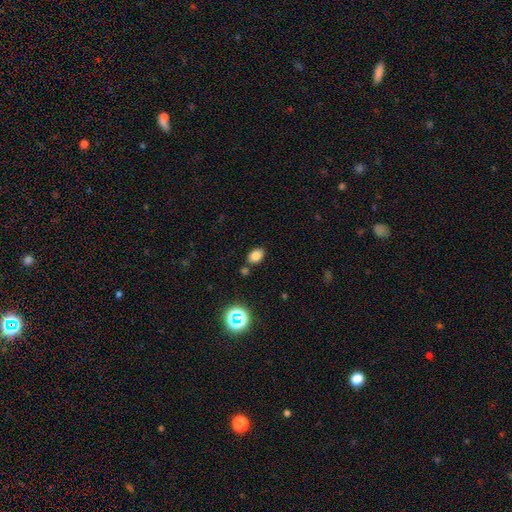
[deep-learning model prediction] A smooth galaxy with no disk features (79%) that is in between round and cigar-shaped (82%).

Vote fractions:
- Smooth or featured? smooth: 79% / star or artifact: 13% / featured or disk: 7%
- How rounded? in between: 82% / round: 17% / cigar-shaped: 1%
- Merging? none: 78% / minor disturbance: 12% / merger: 7% / major disturbance: 3%